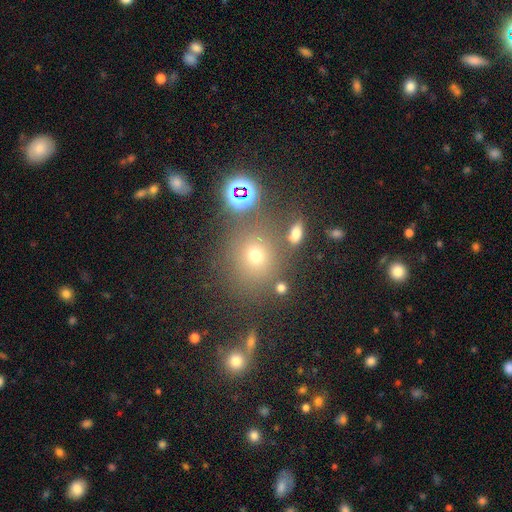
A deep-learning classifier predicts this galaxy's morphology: A smooth galaxy with no disk features (61%) that is round (85%). Merging: none (75%).